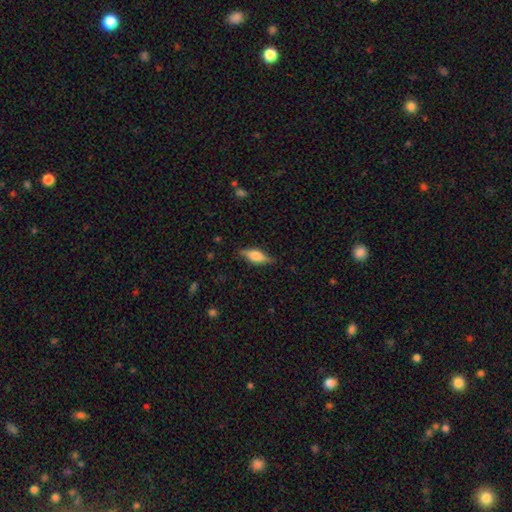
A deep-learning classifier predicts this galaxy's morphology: Overall: smooth (46%, tied with featured or disk). Merging: none (84%).